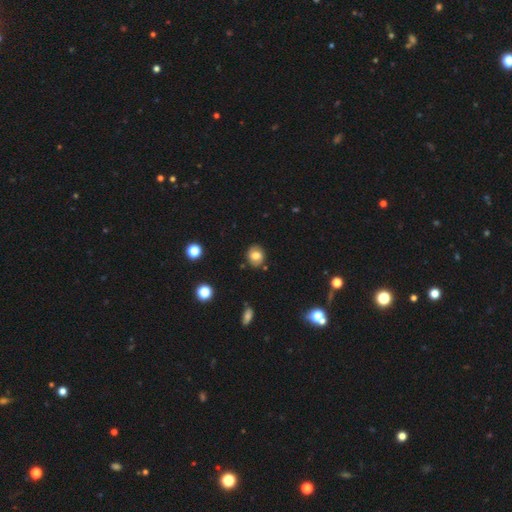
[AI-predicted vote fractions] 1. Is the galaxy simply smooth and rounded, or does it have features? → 68% smooth, 21% featured or disk, 11% star or artifact.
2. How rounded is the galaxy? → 62% round, 37% in between, 1% cigar-shaped.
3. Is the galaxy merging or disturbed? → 82% none, 12% minor disturbance, 3% major disturbance, 2% merger.